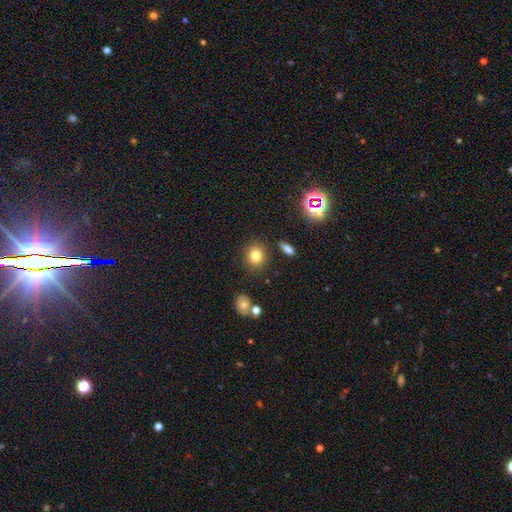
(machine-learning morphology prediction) smooth_or_featured: smooth (p=0.78) [alt: star or artifact p=0.14]
how_rounded: round (p=0.75) [alt: in between p=0.24]
merging: none (p=0.84) [alt: minor disturbance p=0.09]